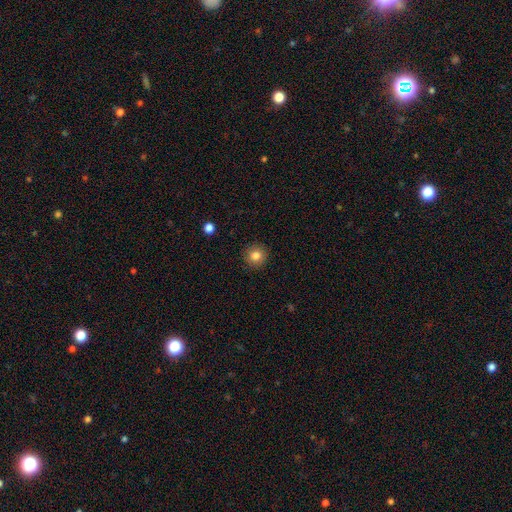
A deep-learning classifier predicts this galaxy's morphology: smooth_or_featured: smooth (p=0.82) [alt: star or artifact p=0.11]
how_rounded: round (p=0.94) [alt: in between p=0.06]
merging: none (p=0.91) [alt: minor disturbance p=0.06]